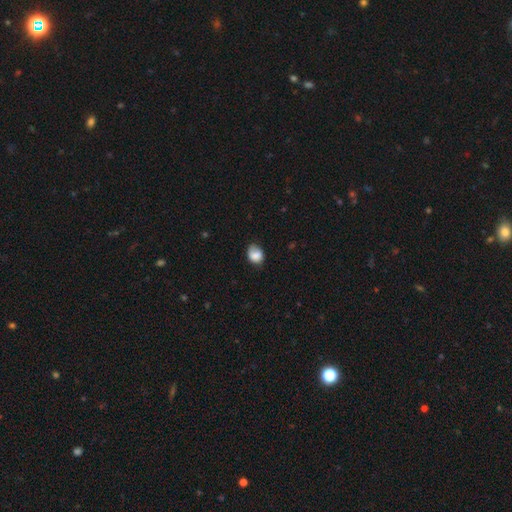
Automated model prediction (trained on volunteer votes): smooth 80%, featured or disk 12%, star or artifact 8%. Down the decision tree: how rounded — in between (54%); merging — none (57%).